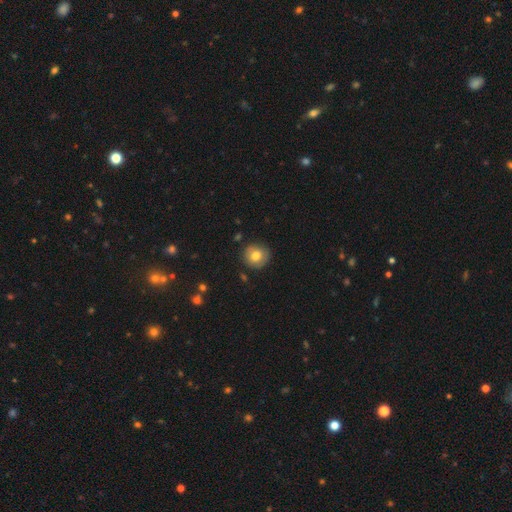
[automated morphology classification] Smooth or featured? smooth (77%)
How rounded? round (91%)
Merging? none (86%)